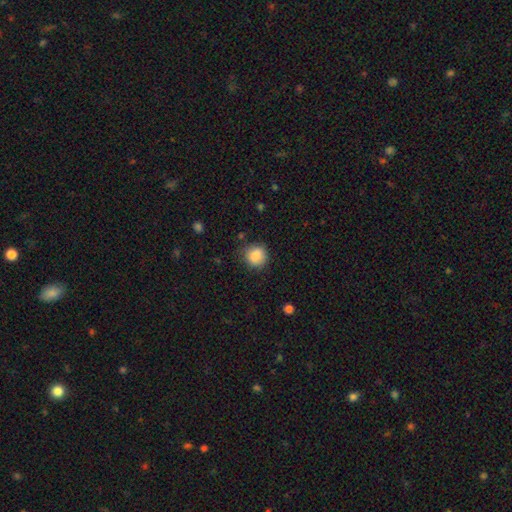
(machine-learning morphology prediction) This appears to be a smooth galaxy with no disk features (88%) that is round (87%). Merging: none (80%).